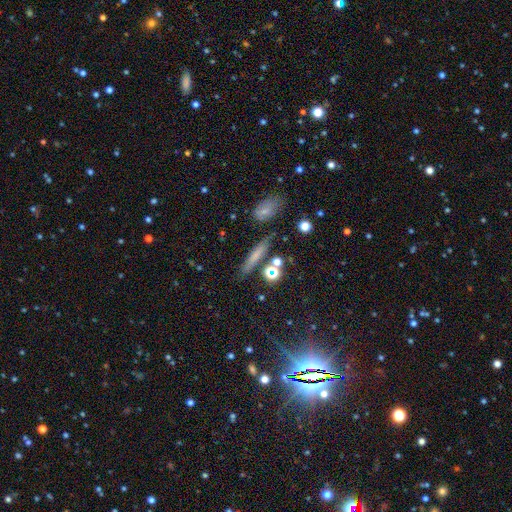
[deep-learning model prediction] Morphology: type=smooth (58%); roundness=cigar-shaped (78%); merging=none (79%).